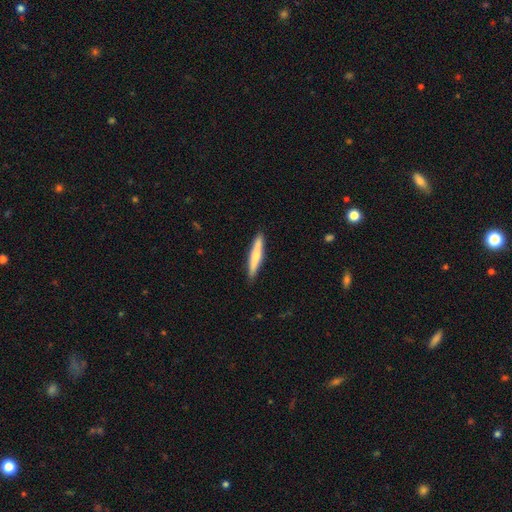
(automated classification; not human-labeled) Smooth or featured: smooth — 63% (featured or disk — 32%)
How rounded: cigar-shaped — 93% (in between — 6%)
Merging: none — 90% (minor disturbance — 7%)